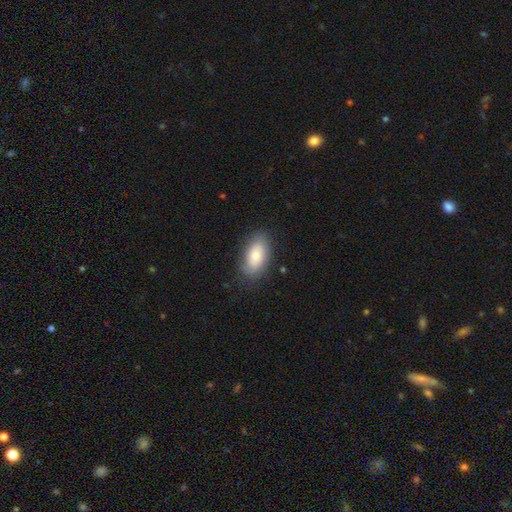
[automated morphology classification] type=smooth (73%); roundness=in between (92%); merging=none (76%).